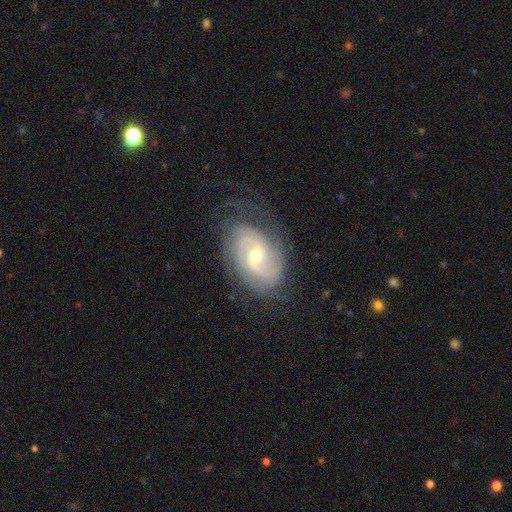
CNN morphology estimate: Smooth or featured? Predicted: featured or disk (p=0.84). Edge-on disk? Predicted: no (p=0.96). Bar? Predicted: weak (p=0.47). Spiral arms? Predicted: yes (p=0.94). Spiral winding? Predicted: tight (p=0.52). Spiral arm count? Predicted: 2 (p=0.53). Bulge size? Predicted: moderate (p=0.55). Merging? Predicted: none (p=0.67).